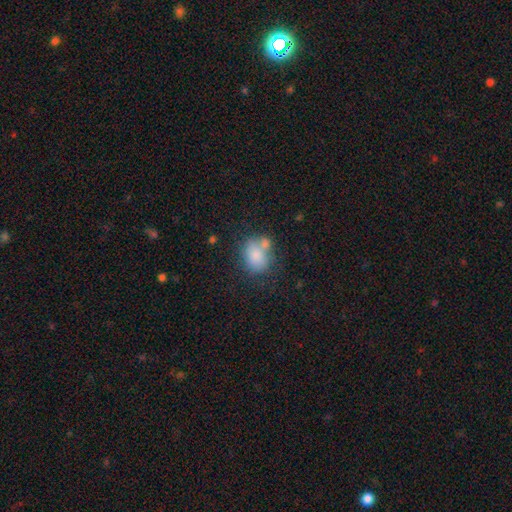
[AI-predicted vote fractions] This appears to be a smooth galaxy with no disk features (80%) that is in between round and cigar-shaped (58%). Merging: none (46%).